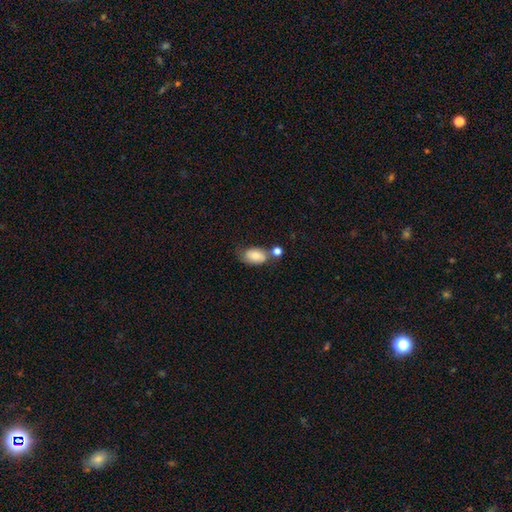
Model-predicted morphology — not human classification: A smooth galaxy with no disk features (76%) that is in between round and cigar-shaped (89%). Merging: none (43%).